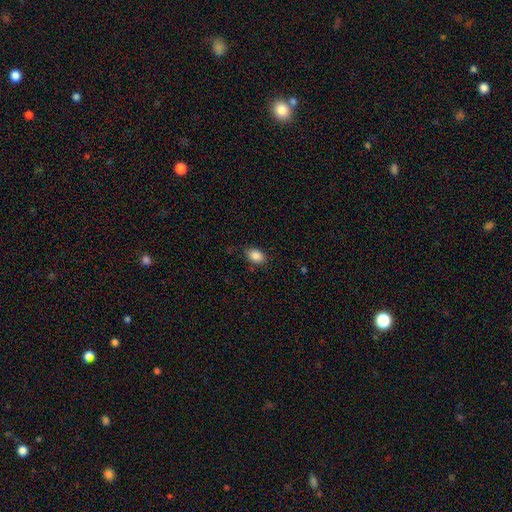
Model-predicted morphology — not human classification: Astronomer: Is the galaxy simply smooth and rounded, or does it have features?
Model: smooth — 87%.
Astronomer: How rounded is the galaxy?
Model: in between — 83%.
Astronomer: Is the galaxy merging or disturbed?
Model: none — 82%.